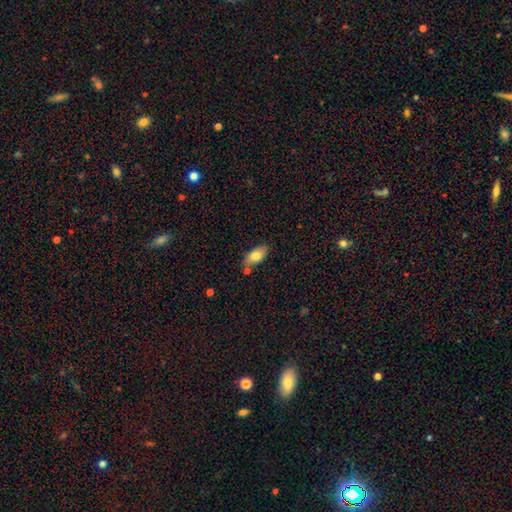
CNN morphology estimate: Smooth or featured: smooth — 77% (featured or disk — 16%)
How rounded: in between — 90% (cigar-shaped — 7%)
Merging: none — 73% (minor disturbance — 15%)